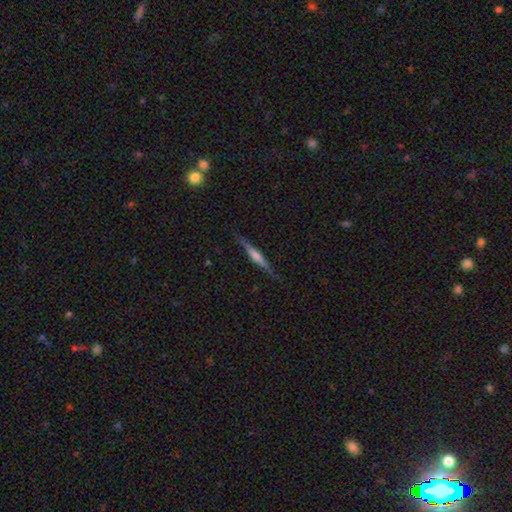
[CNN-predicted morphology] The model was most divided on "edge-on bulge": rounded: 51%, none: 26%, boxy: 23%. More confident: edge-on disk — yes (97%); merging — none (86%); smooth or featured — featured or disk (62%).